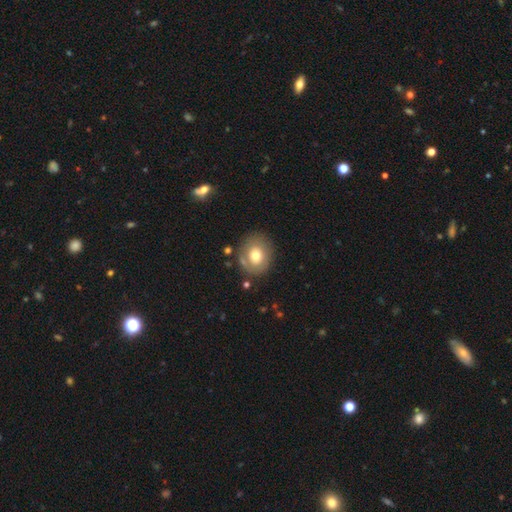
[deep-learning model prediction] Morphology: type=smooth (68%); roundness=round (64%); merging=none (77%).